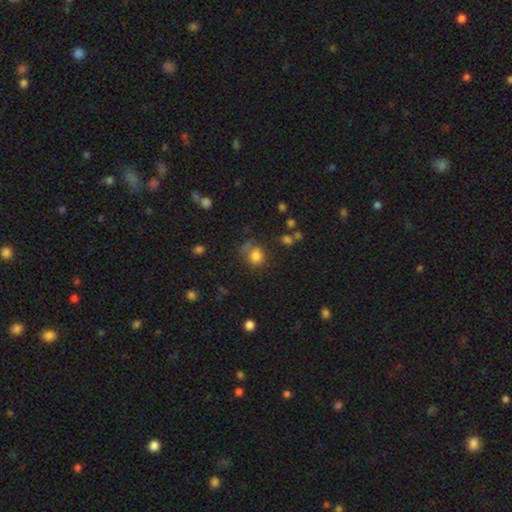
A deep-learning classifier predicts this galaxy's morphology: Q: Smooth or featured?
A: smooth (80%); runner-up: star or artifact (13%)
Q: How rounded?
A: round (69%); runner-up: in between (30%)
Q: Merging?
A: none (58%); runner-up: minor disturbance (22%)